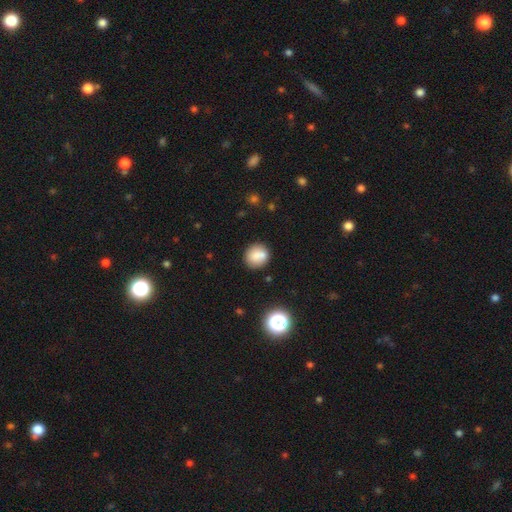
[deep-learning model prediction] smooth-or-featured: smooth: 79% | featured or disk: 11% | star or artifact: 10%
  how-rounded: round: 87% | in between: 12% | cigar-shaped: 1%
  merging: none: 72% | merger: 13% | minor disturbance: 12% | major disturbance: 3%